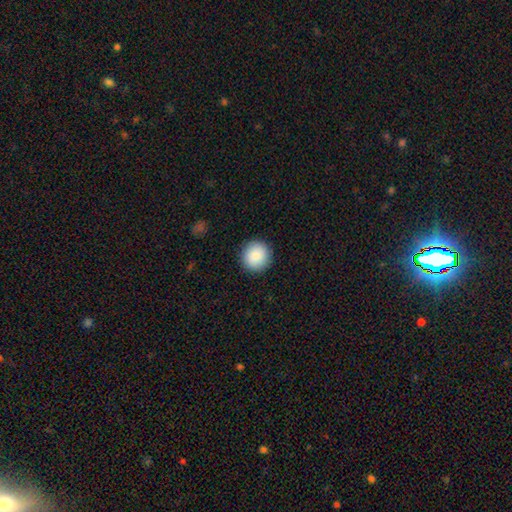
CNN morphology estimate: A smooth galaxy with no disk features (87%) that is round (94%). Merging: none (92%).